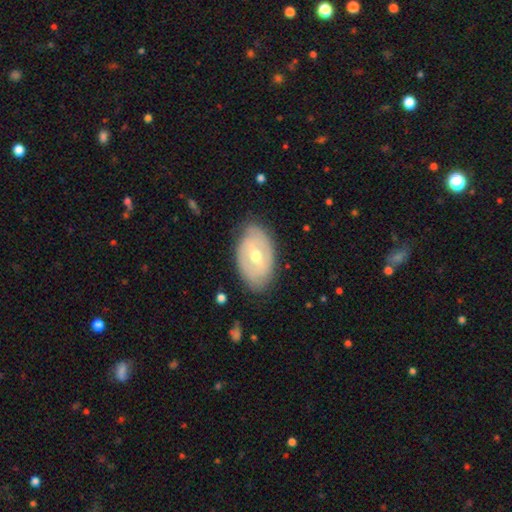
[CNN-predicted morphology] A featured or disk galaxy (62%) with a weak bar (46%), no spiral arms (53%) and a moderate central bulge (69%).

Vote fractions:
- Smooth or featured? featured or disk: 62% / smooth: 32% / star or artifact: 6%
- Edge-on disk? no: 91% / yes: 9%
- Bar? weak: 46% / no: 32% / strong: 23%
- Spiral arms? no: 53% / yes: 47%
- Bulge size? moderate: 69% / small: 26% / large: 3% / none: 1% / dominant: 1%
- Merging? none: 77% / minor disturbance: 18% / major disturbance: 4% / merger: 1%